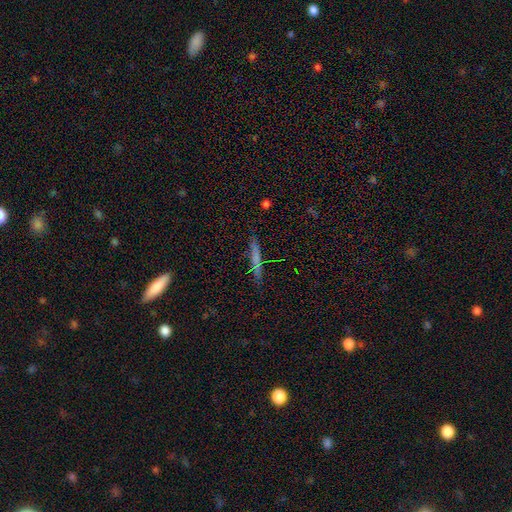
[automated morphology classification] Smooth or featured? smooth (61%)
How rounded? cigar-shaped (94%)
Merging? none (87%)